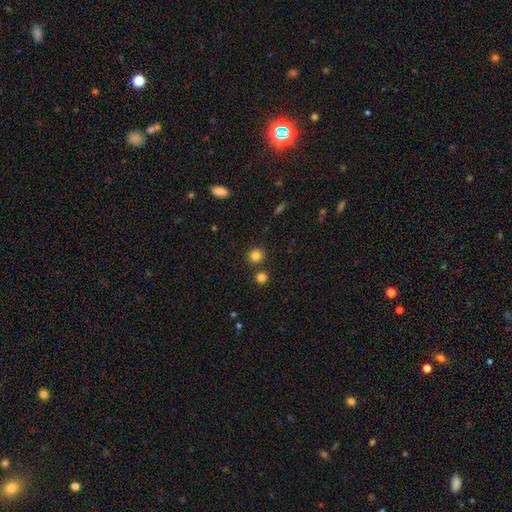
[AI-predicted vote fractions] The model was most divided on "smooth or featured": smooth: 83%, star or artifact: 12%, featured or disk: 5%. More confident: how rounded — round (90%); merging — none (83%).